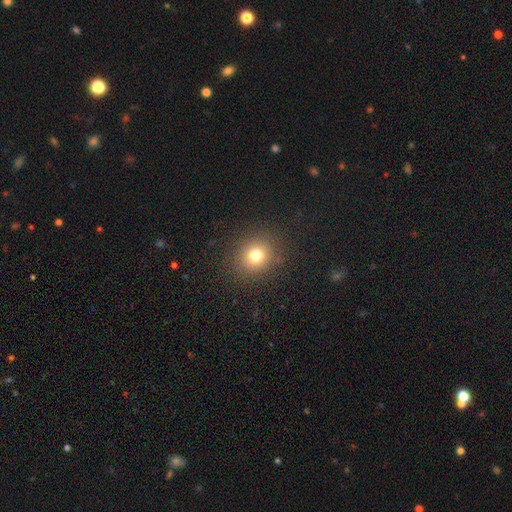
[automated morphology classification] This appears to be a smooth galaxy with no disk features (76%) that is round (80%). Merging: none (88%).